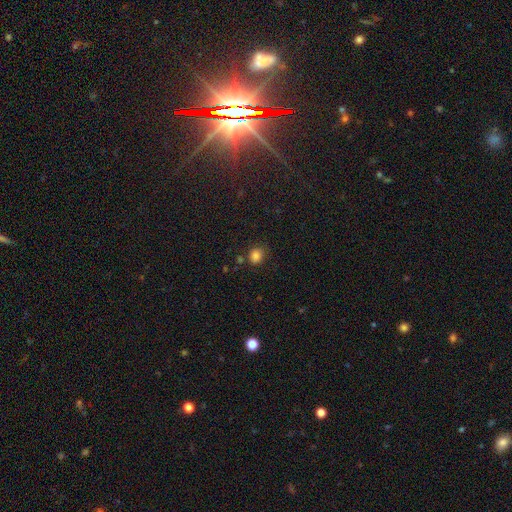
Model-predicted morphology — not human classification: The model was most divided on "how rounded": round: 72%, in between: 27%, cigar-shaped: 1%. More confident: smooth or featured — smooth (83%); merging — none (77%).